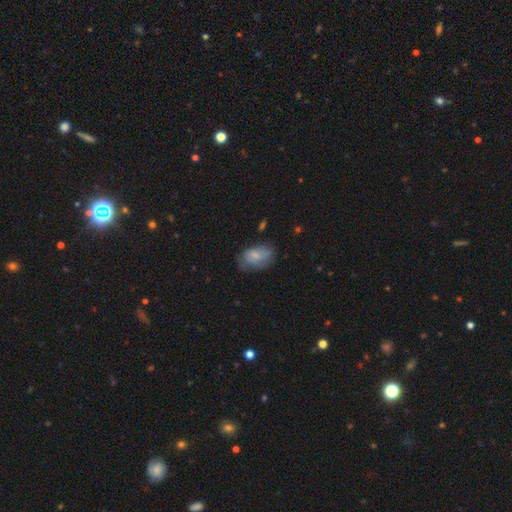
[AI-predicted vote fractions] This is likely a smooth galaxy (63%). How rounded: clearly in between (87%). Merging: possibly none (55%).